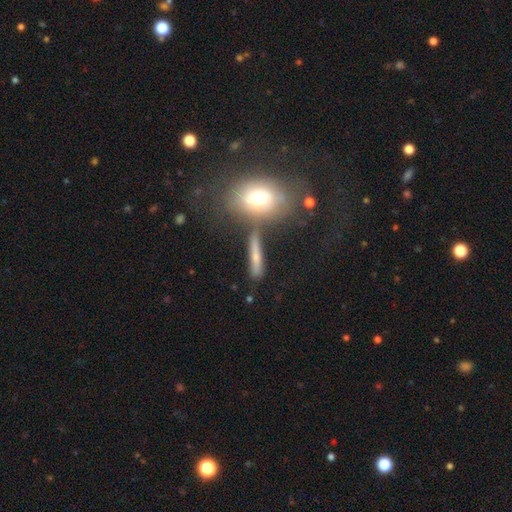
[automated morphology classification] Smooth or featured: smooth — 57% (featured or disk — 32%)
How rounded: cigar-shaped — 69% (in between — 21%)
Merging: none — 66% (minor disturbance — 15%)